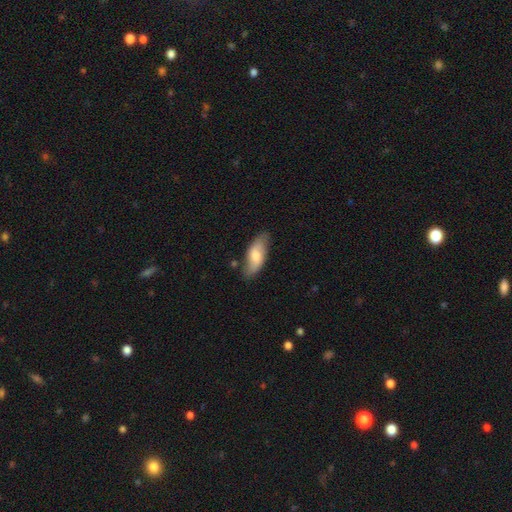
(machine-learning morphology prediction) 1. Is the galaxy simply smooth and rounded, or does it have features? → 58% smooth, 36% featured or disk, 6% star or artifact.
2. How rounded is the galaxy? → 80% in between, 17% cigar-shaped, 3% round.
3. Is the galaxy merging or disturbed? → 74% none, 19% minor disturbance, 4% major disturbance, 3% merger.